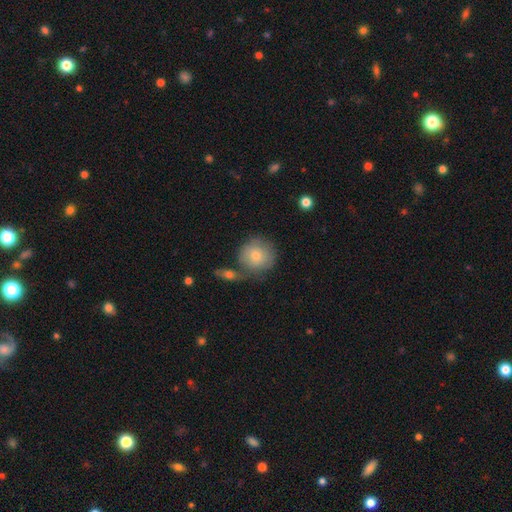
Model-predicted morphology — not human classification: Smooth or featured? Predicted: smooth (p=0.76). How rounded? Predicted: round (p=0.90). Merging? Predicted: none (p=0.56).